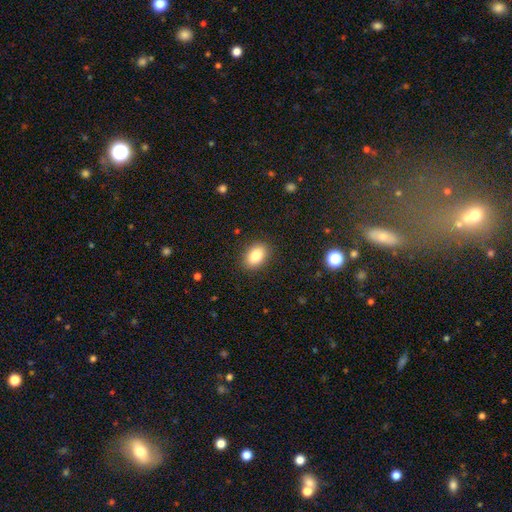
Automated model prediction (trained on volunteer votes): A smooth galaxy with no disk features (85%) that is in between round and cigar-shaped (87%). Merging: none (87%).